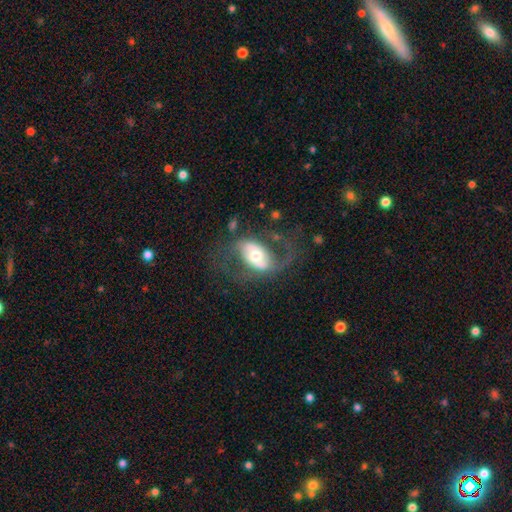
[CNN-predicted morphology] The model was most divided on "bar": no: 45%, weak: 30%, strong: 24%. More confident: edge-on disk — no (94%); spiral arms — yes (73%); smooth or featured — featured or disk (69%); bulge size — moderate (65%); merging — none (51%).